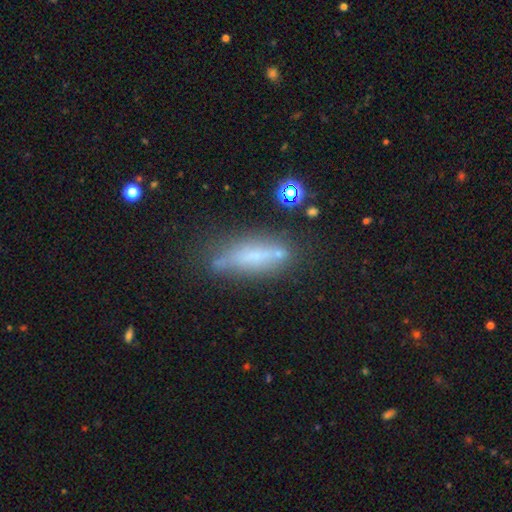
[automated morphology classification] Smooth or featured?
  - featured or disk: 47% *
  - smooth: 41%
  - star or artifact: 12%
Merging?
  - none: 64% *
  - minor disturbance: 21%
  - major disturbance: 8%
  - merger: 7%